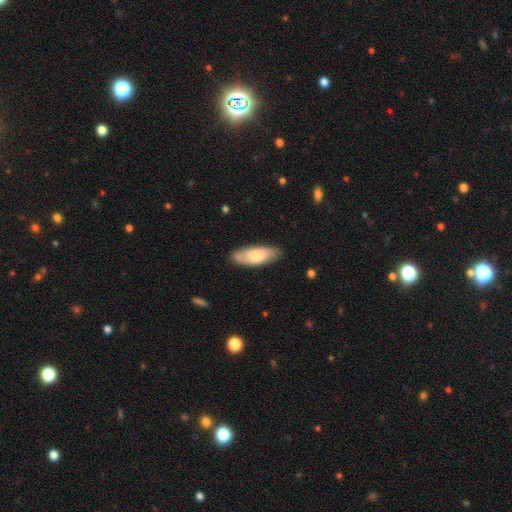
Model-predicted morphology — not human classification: This is likely a smooth galaxy (64%). How rounded: likely in between (78%). Merging: likely none (79%).